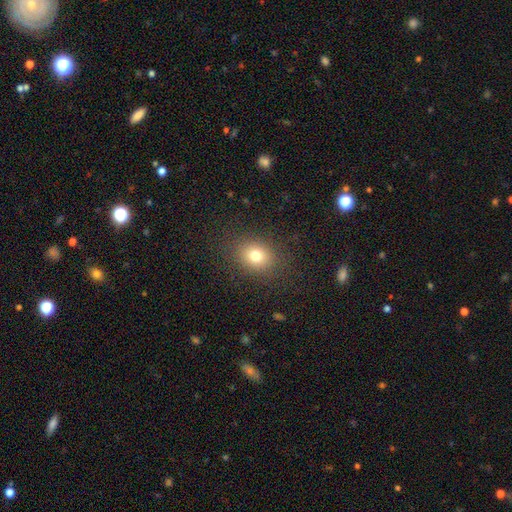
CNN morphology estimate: Q: Smooth or featured?
A: smooth (77%); runner-up: star or artifact (14%)
Q: How rounded?
A: round (60%); runner-up: in between (39%)
Q: Merging?
A: none (86%); runner-up: minor disturbance (8%)